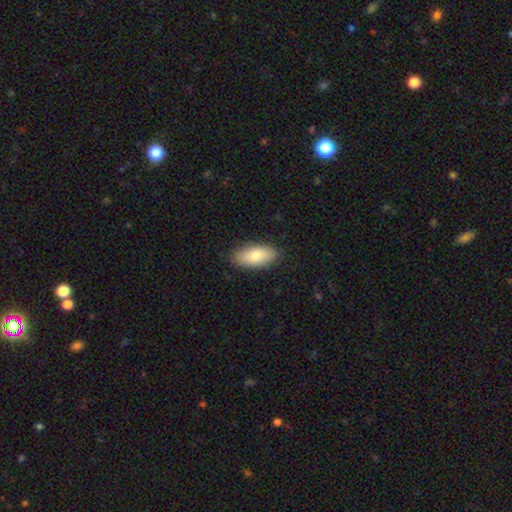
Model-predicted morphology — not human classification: Q: Smooth or featured?
A: smooth (78%); runner-up: featured or disk (16%)
Q: How rounded?
A: in between (90%); runner-up: cigar-shaped (7%)
Q: Merging?
A: none (87%); runner-up: minor disturbance (10%)